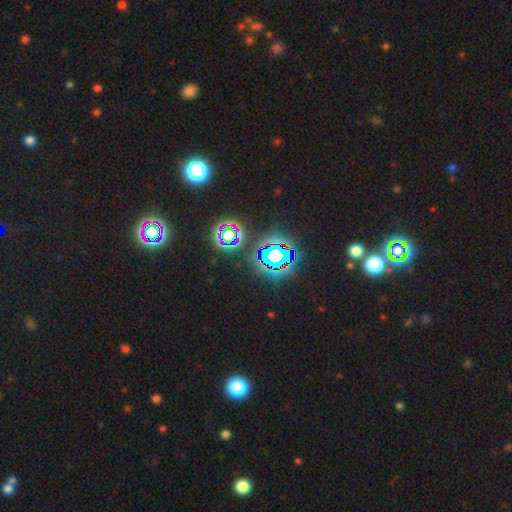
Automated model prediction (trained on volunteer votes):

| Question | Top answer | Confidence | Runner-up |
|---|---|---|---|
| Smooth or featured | star or artifact | 80% | smooth (13%) |